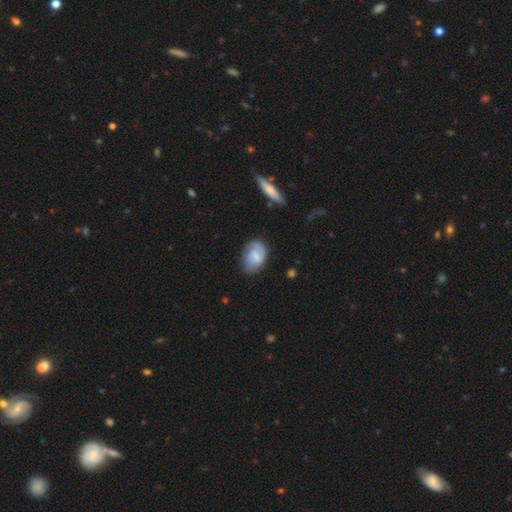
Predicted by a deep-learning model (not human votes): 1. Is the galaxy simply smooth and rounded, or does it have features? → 60% smooth, 33% featured or disk, 7% star or artifact.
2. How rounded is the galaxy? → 83% in between, 16% round, 2% cigar-shaped.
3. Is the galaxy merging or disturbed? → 65% none, 25% minor disturbance, 8% major disturbance, 2% merger.